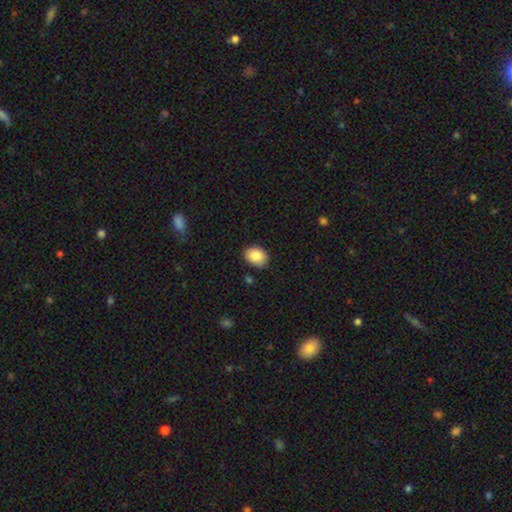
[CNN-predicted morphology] Smooth or featured?
  - smooth: 87% *
  - star or artifact: 8%
  - featured or disk: 5%
How rounded?
  - in between: 70% *
  - round: 29%
  - cigar-shaped: 1%
Merging?
  - none: 84% *
  - minor disturbance: 12%
  - major disturbance: 2%
  - merger: 2%